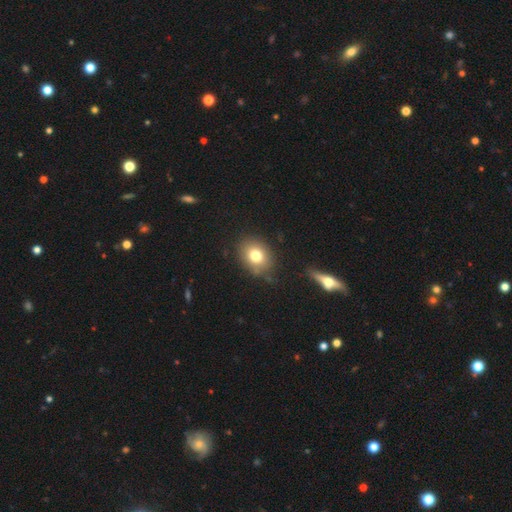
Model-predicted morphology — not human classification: The model was most divided on "how rounded": round: 50%, in between: 49%, cigar-shaped: 1%. More confident: merging — none (81%); smooth or featured — smooth (77%).